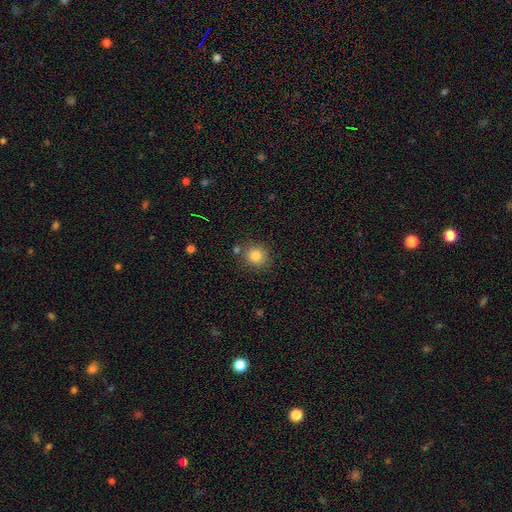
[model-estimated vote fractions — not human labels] A smooth galaxy with no disk features (82%) that is round (86%).

Vote fractions:
- Smooth or featured? smooth: 82% / star or artifact: 11% / featured or disk: 6%
- How rounded? round: 86% / in between: 13% / cigar-shaped: 1%
- Merging? none: 81% / minor disturbance: 10% / merger: 7% / major disturbance: 3%